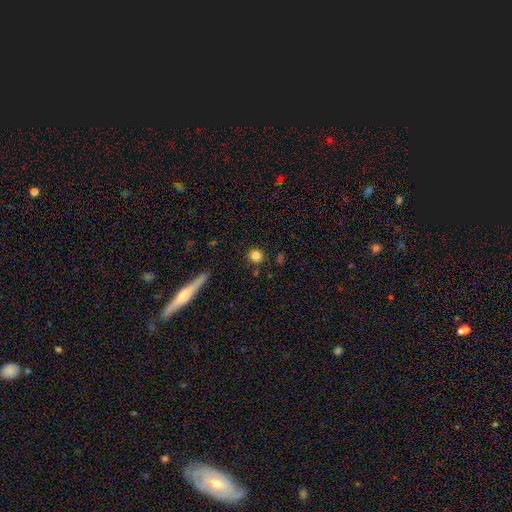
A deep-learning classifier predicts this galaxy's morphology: The model was most divided on "smooth or featured": smooth: 82%, star or artifact: 11%, featured or disk: 7%. More confident: how rounded — round (92%); merging — none (87%).